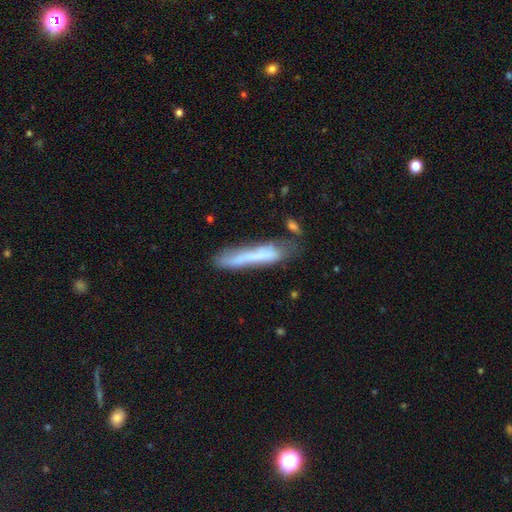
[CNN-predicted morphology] Q: Smooth or featured?
A: smooth (59%); runner-up: featured or disk (33%)
Q: How rounded?
A: cigar-shaped (90%); runner-up: in between (8%)
Q: Merging?
A: none (53%); runner-up: minor disturbance (25%)